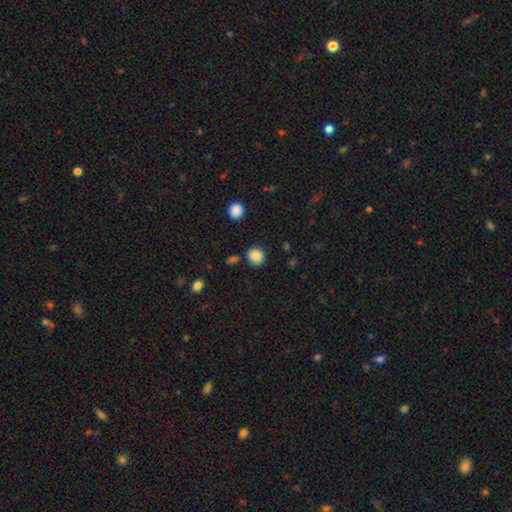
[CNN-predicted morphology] smooth_or_featured: smooth (p=0.83) [alt: star or artifact p=0.10]
how_rounded: round (p=0.86) [alt: in between p=0.13]
merging: none (p=0.75) [alt: minor disturbance p=0.16]